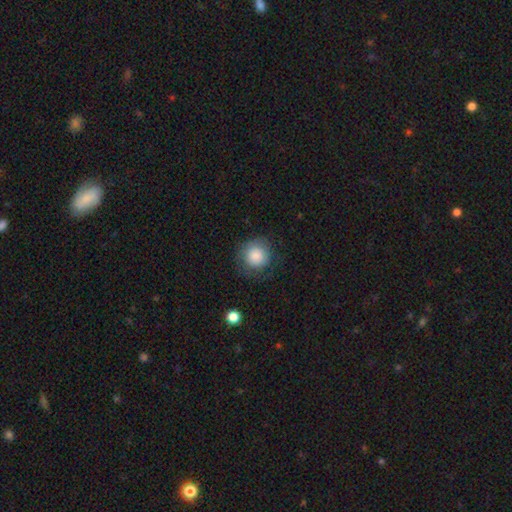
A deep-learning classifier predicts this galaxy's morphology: smooth-or-featured: smooth: 82% | featured or disk: 10% | star or artifact: 8%
  how-rounded: round: 92% | in between: 7% | cigar-shaped: 1%
  merging: none: 74% | minor disturbance: 17% | major disturbance: 8% | merger: 1%